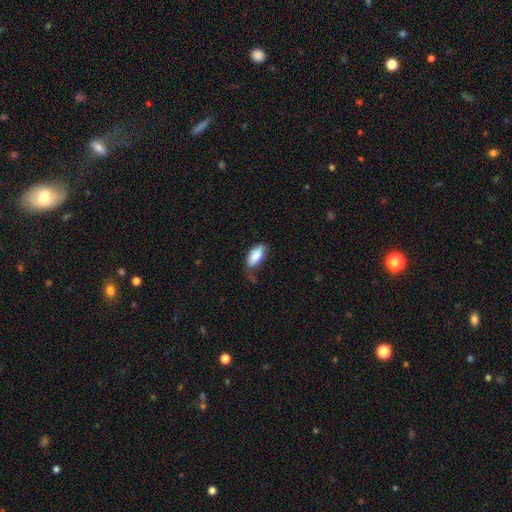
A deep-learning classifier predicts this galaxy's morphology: A smooth galaxy with no disk features (85%) that is in between round and cigar-shaped (91%). Merging: none (46%).